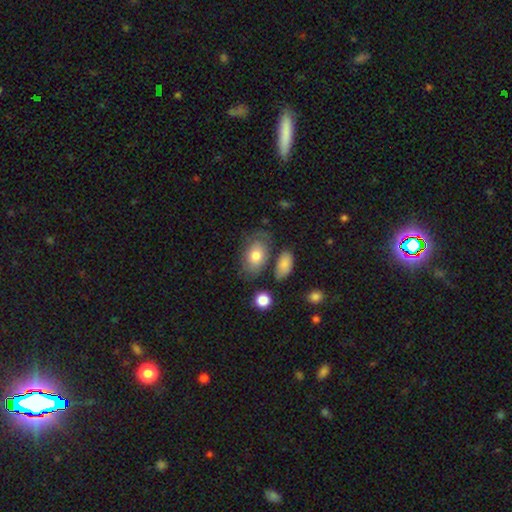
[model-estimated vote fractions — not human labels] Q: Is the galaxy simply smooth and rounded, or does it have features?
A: smooth — 69%.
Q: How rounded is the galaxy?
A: in between — 86%.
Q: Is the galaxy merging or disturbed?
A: none — 58%.